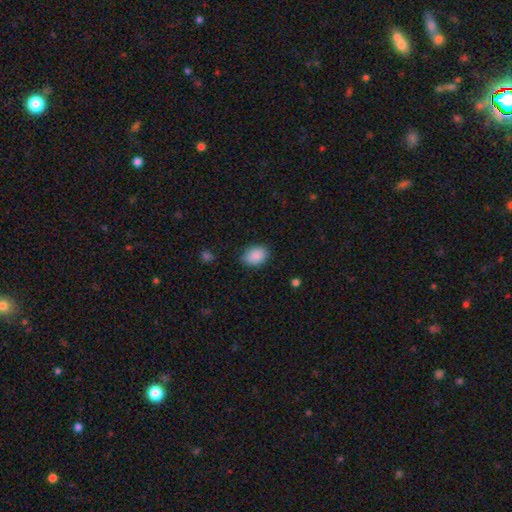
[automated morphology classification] Q: Smooth or featured?
A: smooth (89%); runner-up: star or artifact (7%)
Q: How rounded?
A: in between (70%); runner-up: round (29%)
Q: Merging?
A: none (83%); runner-up: minor disturbance (13%)